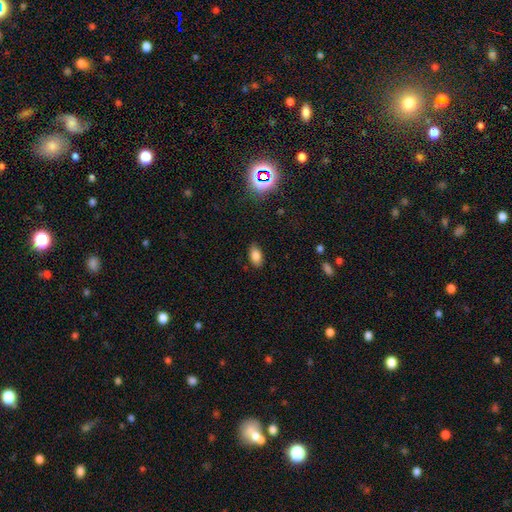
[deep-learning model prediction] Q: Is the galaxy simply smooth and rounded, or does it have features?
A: smooth — 81%.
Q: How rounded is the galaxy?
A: in between — 91%.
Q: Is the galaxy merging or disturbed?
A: none — 86%.